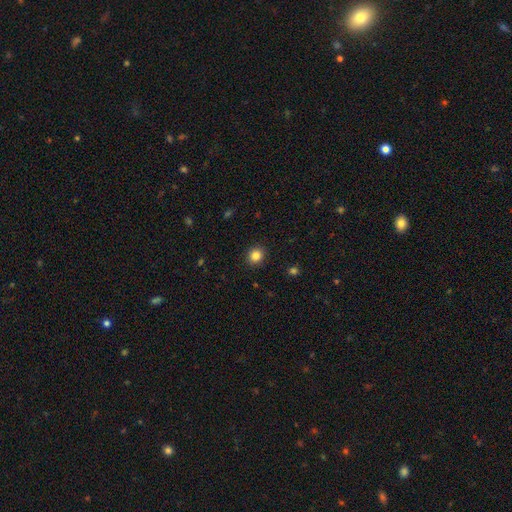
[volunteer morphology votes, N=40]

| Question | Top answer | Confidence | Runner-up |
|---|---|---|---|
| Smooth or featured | smooth | 92% | featured or disk (5%) |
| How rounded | round | 84% | in between (16%) |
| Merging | none | 97% | minor disturbance (3%) |